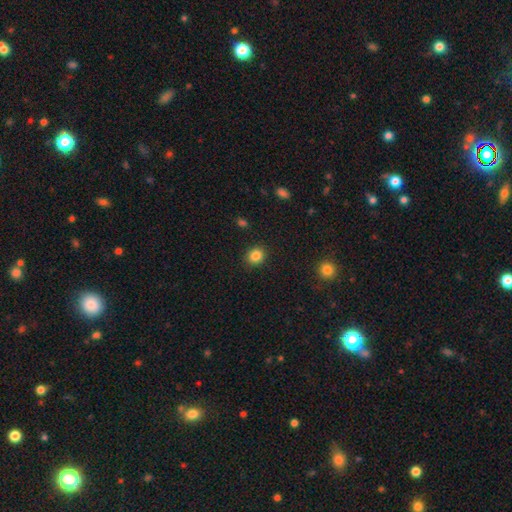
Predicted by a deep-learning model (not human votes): Q: Smooth or featured?
A: smooth (85%); runner-up: star or artifact (11%)
Q: How rounded?
A: round (77%); runner-up: in between (22%)
Q: Merging?
A: none (90%); runner-up: minor disturbance (7%)